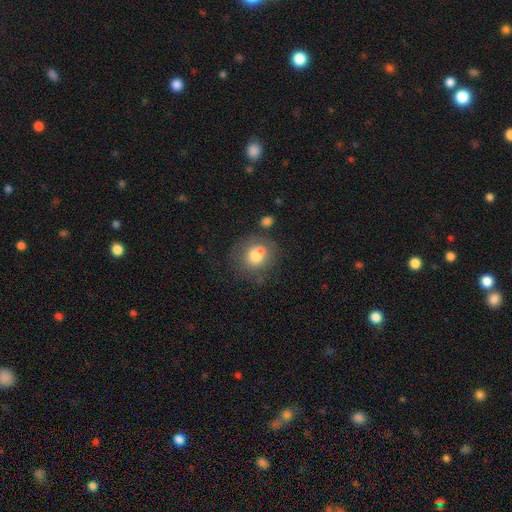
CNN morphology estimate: smooth-or-featured: smooth: 72% | featured or disk: 19% | star or artifact: 10%
  how-rounded: round: 76% | in between: 23% | cigar-shaped: 1%
  merging: none: 51% | merger: 26% | minor disturbance: 16% | major disturbance: 7%